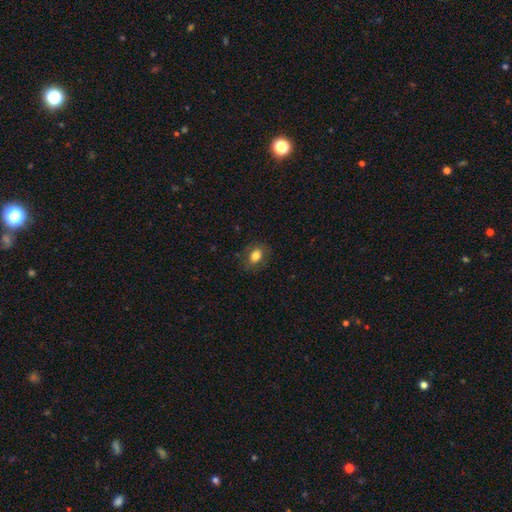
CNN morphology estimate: type=smooth (79%); roundness=in between (75%); merging=none (80%).